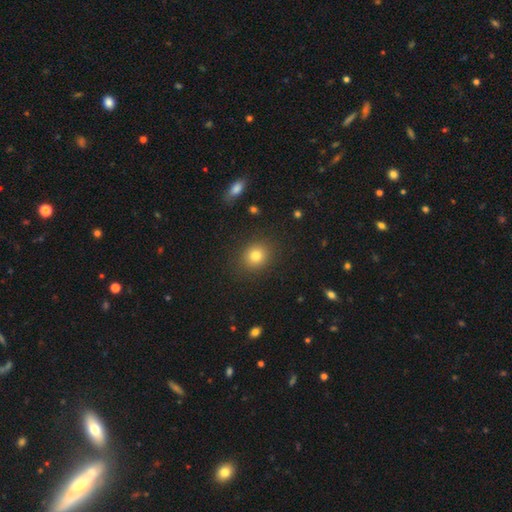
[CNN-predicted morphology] Q: Smooth or featured?
A: smooth (81%); runner-up: star or artifact (12%)
Q: How rounded?
A: round (78%); runner-up: in between (21%)
Q: Merging?
A: none (88%); runner-up: minor disturbance (8%)